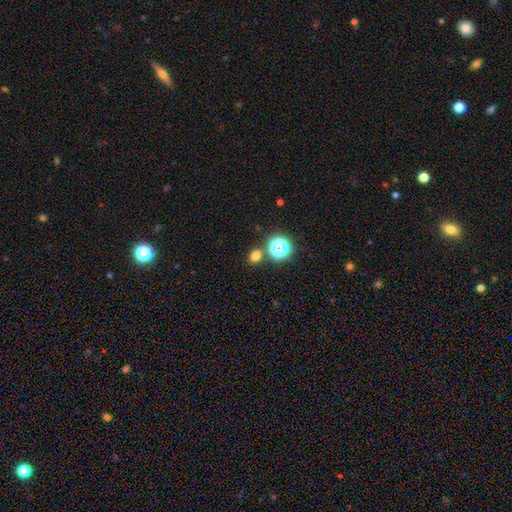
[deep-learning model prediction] Smooth or featured? Predicted: smooth (p=0.71). How rounded? Predicted: round (p=0.68). Merging? Predicted: none (p=0.79).